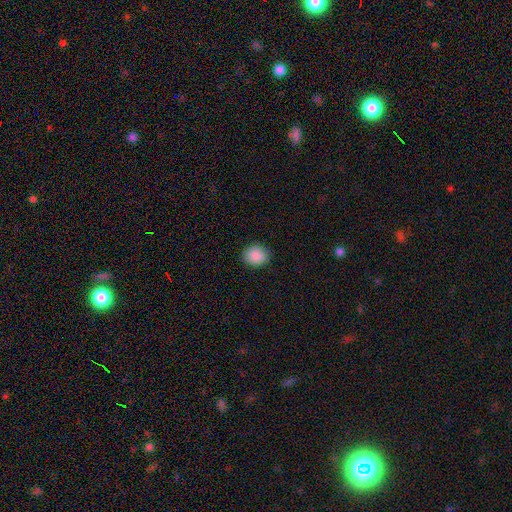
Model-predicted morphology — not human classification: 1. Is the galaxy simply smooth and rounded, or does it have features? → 89% smooth, 8% star or artifact, 3% featured or disk.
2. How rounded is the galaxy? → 73% round, 26% in between, 1% cigar-shaped.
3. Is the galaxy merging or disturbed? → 90% none, 7% minor disturbance, 2% major disturbance, 1% merger.